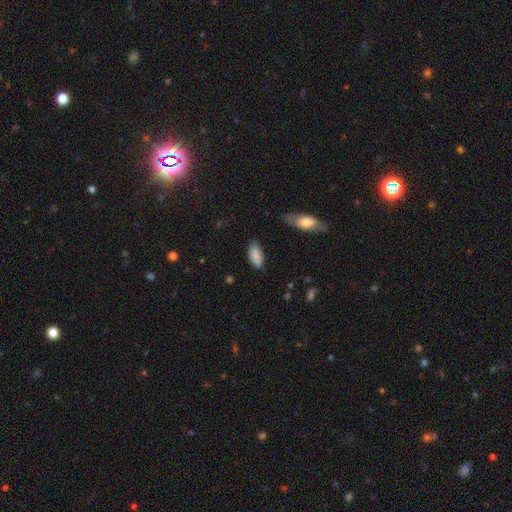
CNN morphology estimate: smooth-or-featured: smooth: 88% | star or artifact: 6% | featured or disk: 6%
  how-rounded: in between: 90% | cigar-shaped: 8% | round: 2%
  merging: none: 81% | minor disturbance: 15% | major disturbance: 3% | merger: 2%